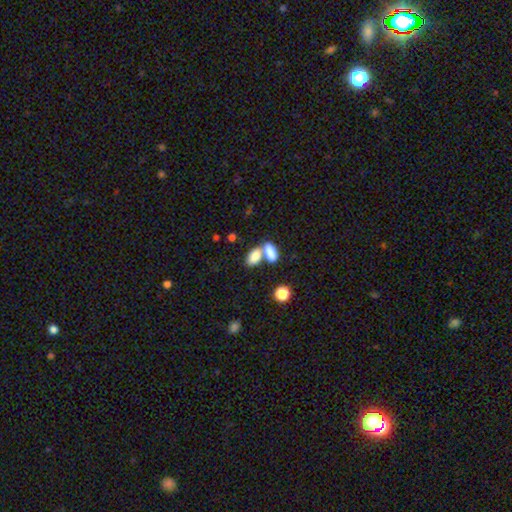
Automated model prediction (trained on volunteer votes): smooth 84%, featured or disk 9%, star or artifact 8%. Down the decision tree: how rounded — in between (90%); merging — merger (56%).